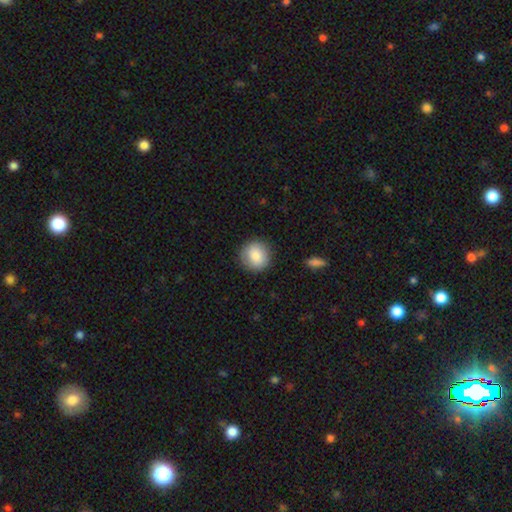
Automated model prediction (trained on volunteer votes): Smooth or featured?
  - smooth: 84% *
  - featured or disk: 9%
  - star or artifact: 7%
How rounded?
  - round: 91% *
  - in between: 8%
  - cigar-shaped: 1%
Merging?
  - none: 88% *
  - minor disturbance: 9%
  - major disturbance: 2%
  - merger: 1%